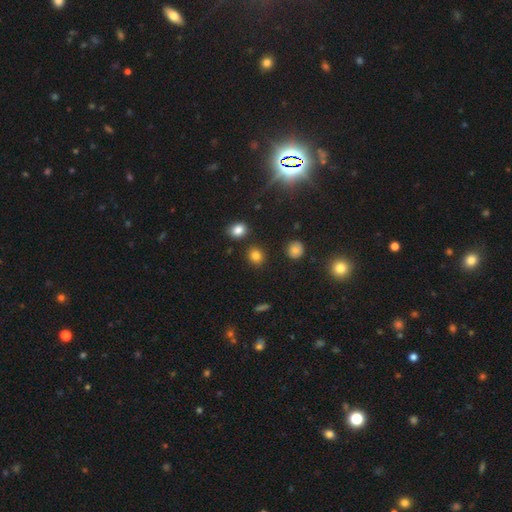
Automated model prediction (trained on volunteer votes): Smooth or featured? Predicted: smooth (p=0.82). How rounded? Predicted: round (p=0.78). Merging? Predicted: none (p=0.87).